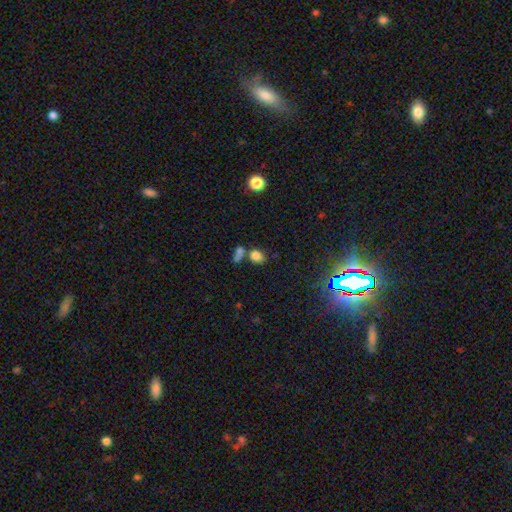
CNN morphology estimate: A smooth galaxy with no disk features (79%) that is in between round and cigar-shaped (64%). Merging: none (49%).